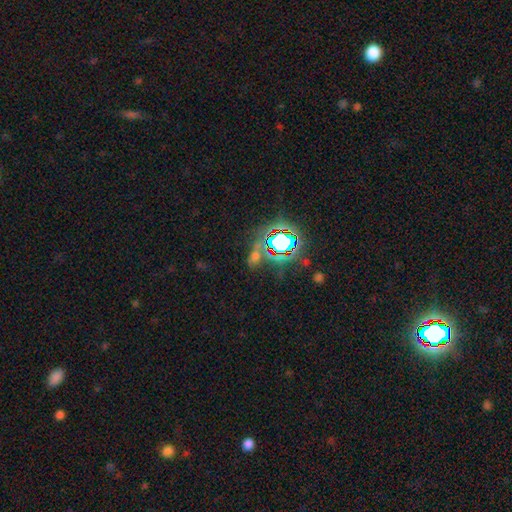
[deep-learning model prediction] This is clearly a star or artifact rather than a galaxy (81%).